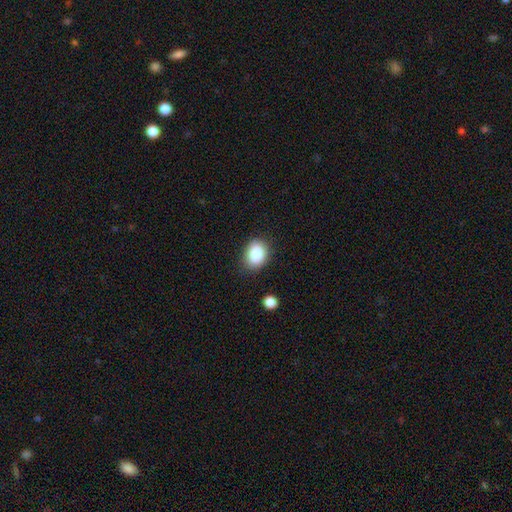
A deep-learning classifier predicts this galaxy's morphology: Q: Smooth or featured?
A: smooth (86%); runner-up: star or artifact (9%)
Q: How rounded?
A: in between (62%); runner-up: round (37%)
Q: Merging?
A: none (83%); runner-up: minor disturbance (12%)